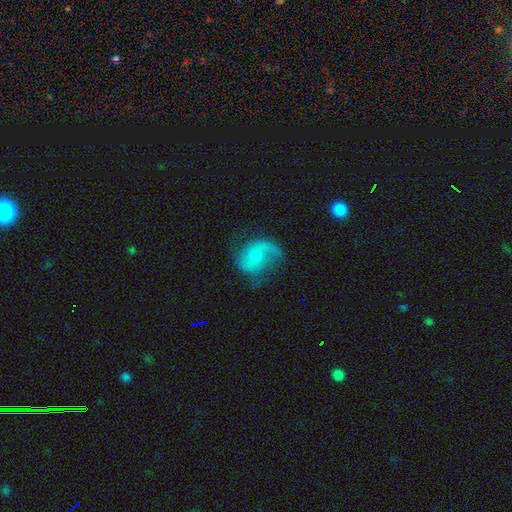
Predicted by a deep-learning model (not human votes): This is likely a featured or disk galaxy (70%). It is clearly not viewed edge-on (97%). Bar: likely no (63%). Spiral arm pattern: clearly yes (90%). Spiral arm count: likely 2 (72%). Spiral winding: marginally loose (44%). Central bulge: possibly moderate (51%). Merging: possibly none (58%).